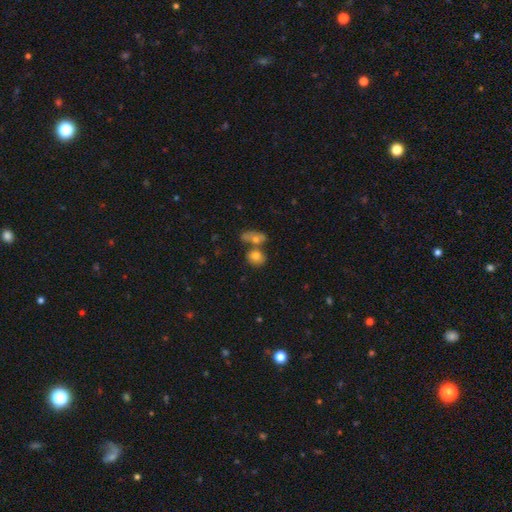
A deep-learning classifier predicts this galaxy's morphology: Smooth or featured? Predicted: smooth (p=0.76). How rounded? Predicted: round (p=0.69). Merging? Predicted: none (p=0.50).